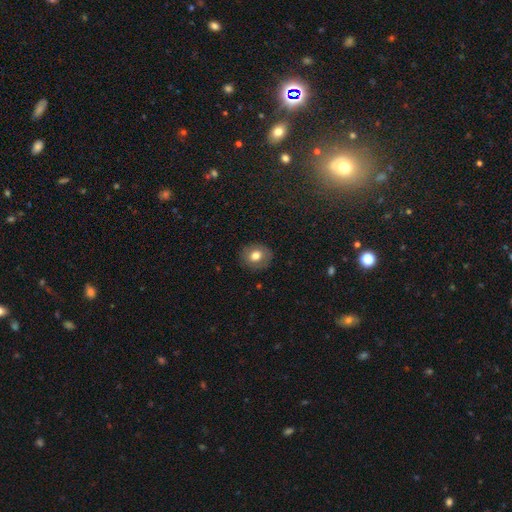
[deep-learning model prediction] This is likely a smooth galaxy (74%). How rounded: likely round (71%). Merging: clearly none (87%).